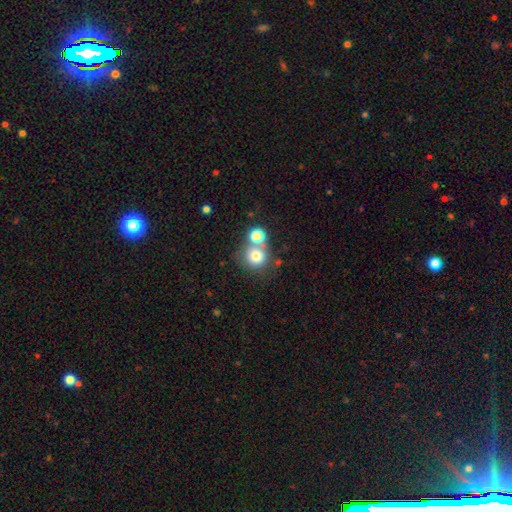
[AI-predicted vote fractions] This appears to be a smooth galaxy with no disk features (74%) that is round (88%). Merging: none (50%).